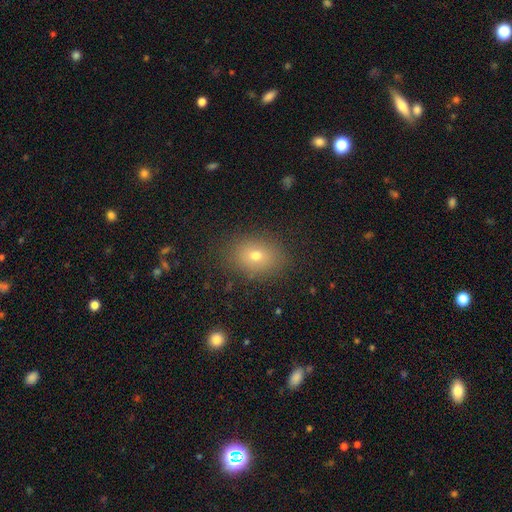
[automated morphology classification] smooth 72%, featured or disk 14%, star or artifact 14%. Down the decision tree: how rounded — in between (61%); merging — none (84%).